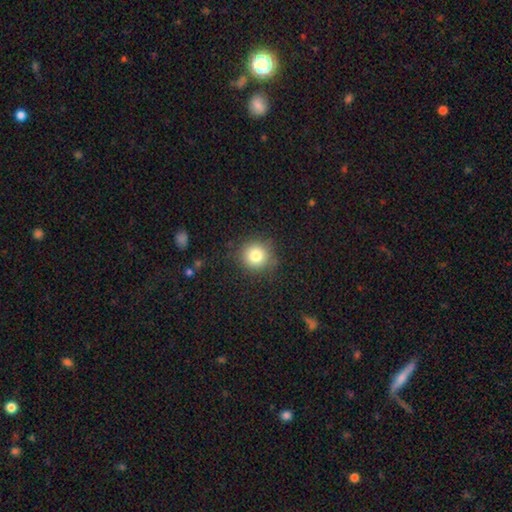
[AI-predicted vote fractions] The model was most divided on "smooth or featured": smooth: 81%, star or artifact: 11%, featured or disk: 8%. More confident: how rounded — round (91%); merging — none (85%).